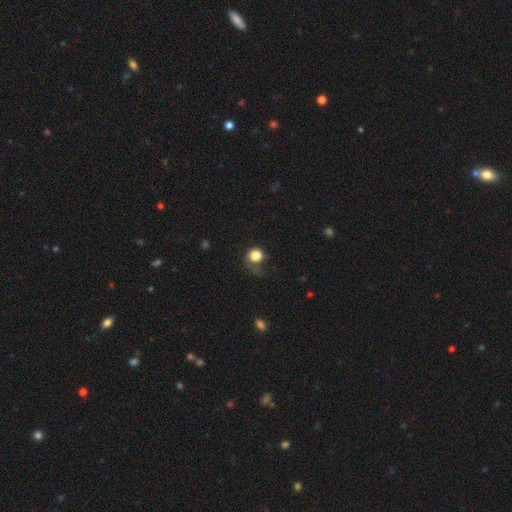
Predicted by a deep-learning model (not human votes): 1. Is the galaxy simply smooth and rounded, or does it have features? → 82% smooth, 9% star or artifact, 9% featured or disk.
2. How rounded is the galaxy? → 84% round, 15% in between, 1% cigar-shaped.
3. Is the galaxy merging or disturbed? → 43% none, 30% major disturbance, 24% minor disturbance, 3% merger.